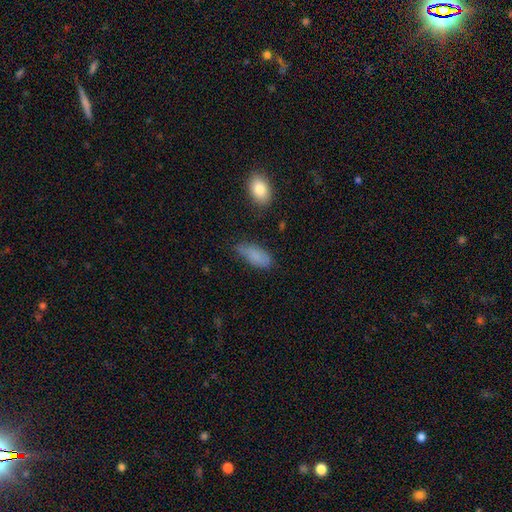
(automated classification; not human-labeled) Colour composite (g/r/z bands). It shows a smooth galaxy with no disk features (82%) that is in between round and cigar-shaped (87%). Merging: none (59%).